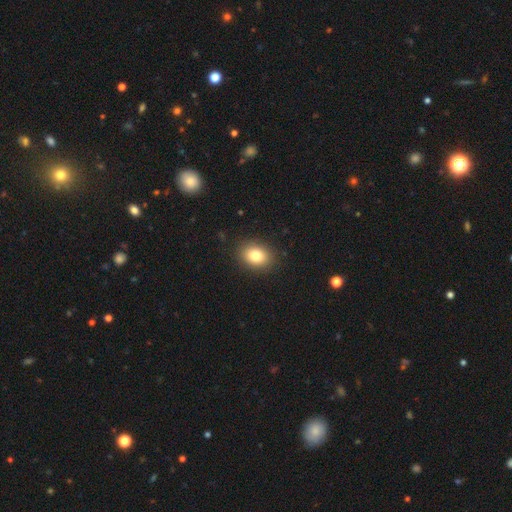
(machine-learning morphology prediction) Smooth or featured? smooth (81%)
How rounded? in between (65%)
Merging? none (88%)